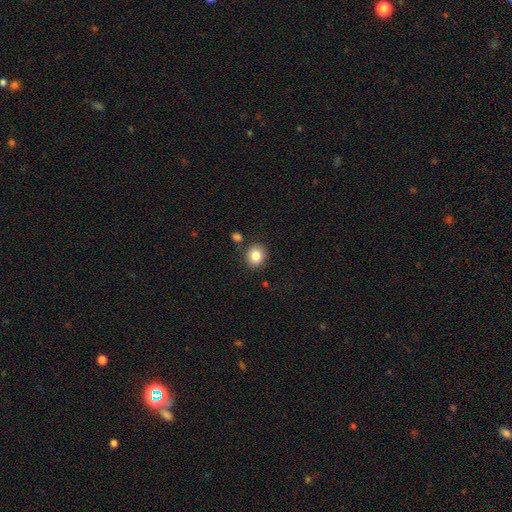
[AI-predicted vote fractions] A smooth galaxy with no disk features (85%) that is round (74%). Merging: none (83%).